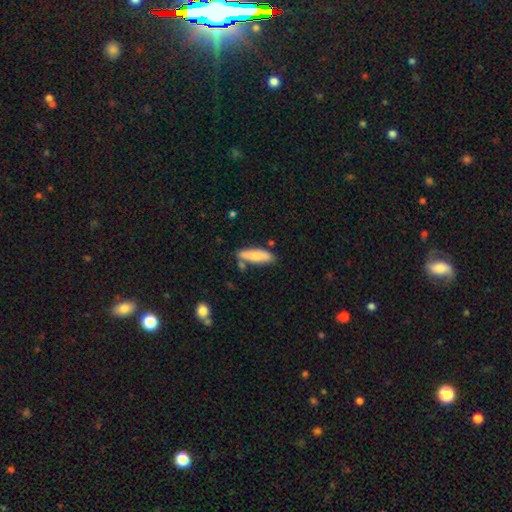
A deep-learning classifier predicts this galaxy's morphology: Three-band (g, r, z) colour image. It shows a smooth galaxy with no disk features (73%) that is in between round and cigar-shaped (51%). Merging: none (69%).